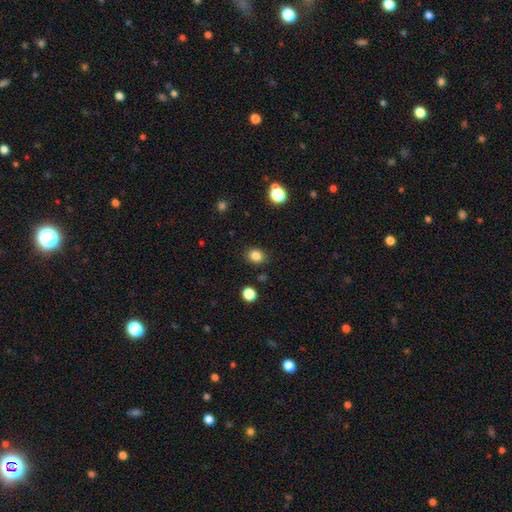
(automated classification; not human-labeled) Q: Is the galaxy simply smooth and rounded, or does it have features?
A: smooth — 84%.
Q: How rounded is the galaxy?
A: round — 60%.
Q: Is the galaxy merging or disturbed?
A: none — 87%.